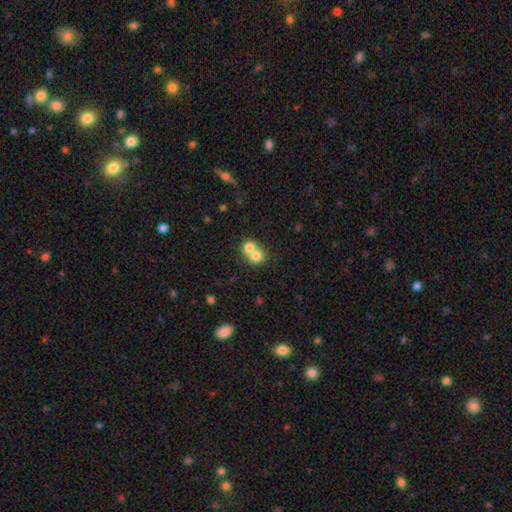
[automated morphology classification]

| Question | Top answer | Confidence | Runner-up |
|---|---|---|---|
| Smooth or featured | smooth | 74% | featured or disk (16%) |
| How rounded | round | 78% | in between (21%) |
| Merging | merger | 69% | none (25%) |